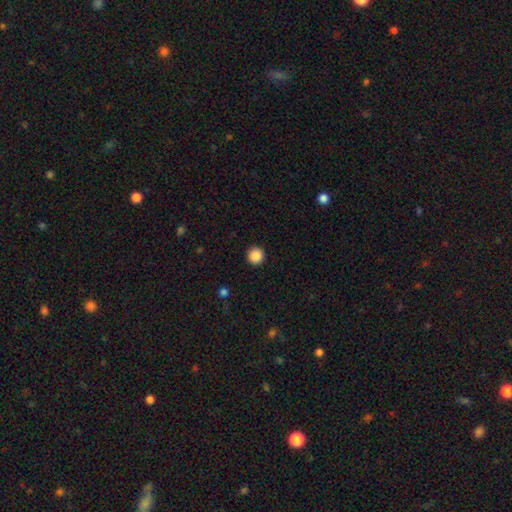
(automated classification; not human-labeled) A smooth galaxy with no disk features (88%) that is round (95%).

Vote fractions:
- Smooth or featured? smooth: 88% / star or artifact: 10% / featured or disk: 2%
- How rounded? round: 95% / in between: 4% / cigar-shaped: 1%
- Merging? none: 93% / minor disturbance: 5% / major disturbance: 2% / merger: 1%